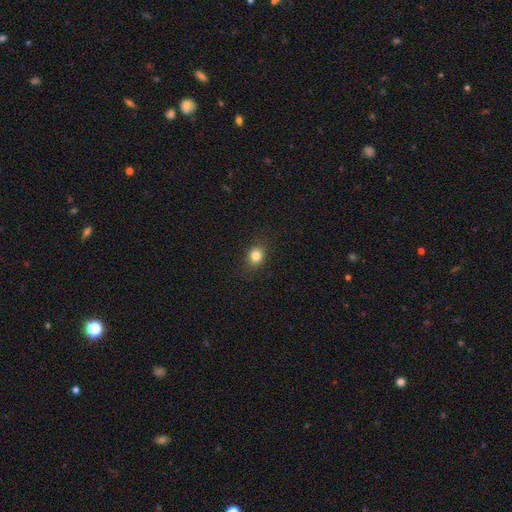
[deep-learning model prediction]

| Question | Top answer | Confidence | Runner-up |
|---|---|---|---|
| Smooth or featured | smooth | 82% | star or artifact (12%) |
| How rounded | round | 63% | in between (36%) |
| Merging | none | 87% | minor disturbance (10%) |